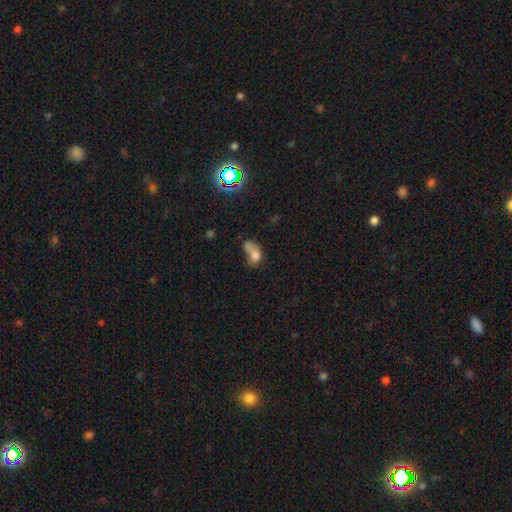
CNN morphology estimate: The model was most divided on "merging": merger: 38%, none: 23%, major disturbance: 22%, minor disturbance: 17%. More confident: how rounded — in between (67%); smooth or featured — smooth (61%).